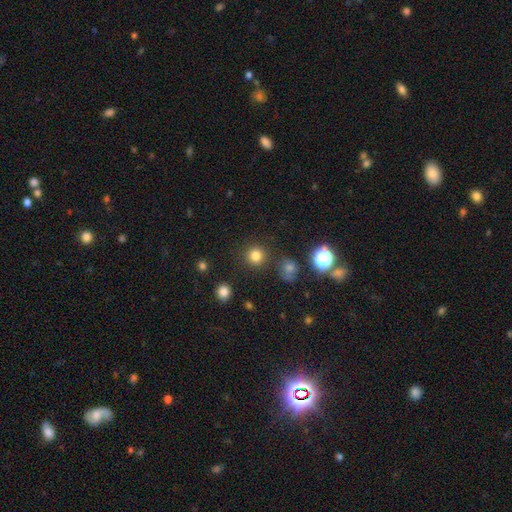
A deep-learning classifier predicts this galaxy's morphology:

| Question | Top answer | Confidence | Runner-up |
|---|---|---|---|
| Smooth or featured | smooth | 81% | star or artifact (15%) |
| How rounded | round | 94% | in between (6%) |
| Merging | none | 86% | minor disturbance (7%) |